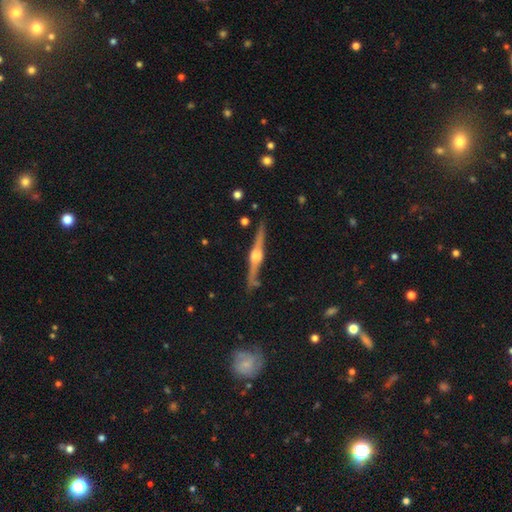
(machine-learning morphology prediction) This is clearly a featured or disk galaxy (85%). It is clearly viewed edge-on (98%). Edge-on bulge: clearly rounded (92%). Merging: clearly none (86%).